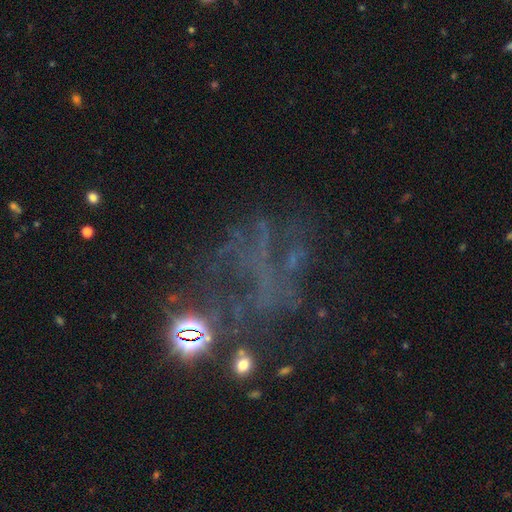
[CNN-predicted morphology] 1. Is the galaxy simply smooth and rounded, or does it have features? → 43% star or artifact, 42% featured or disk, 15% smooth.